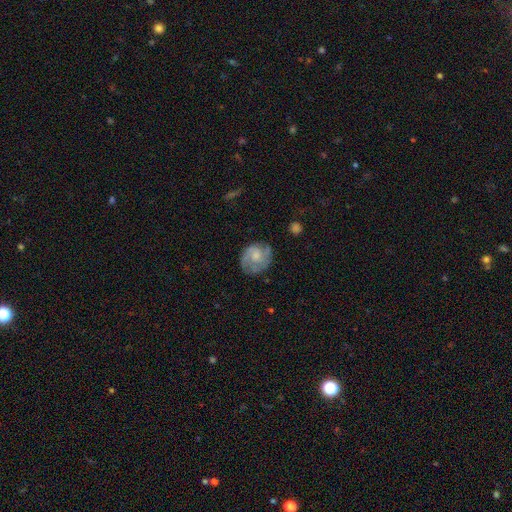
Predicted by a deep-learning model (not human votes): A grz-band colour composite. It shows a featured or disk galaxy (61%) with no bar (70%), 2 (51%) tight (43%) spiral arms (86%) and a moderate central bulge (45%). Merging: none (68%).